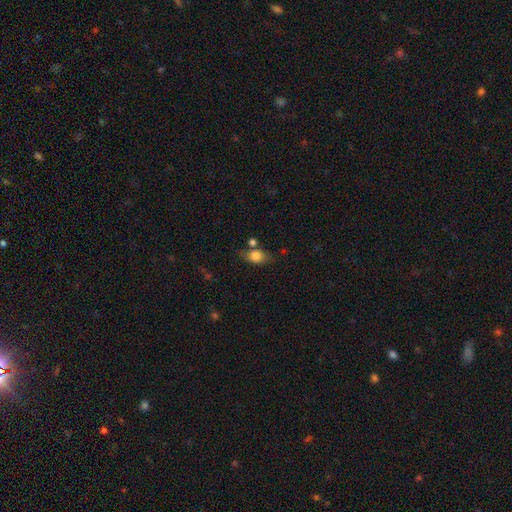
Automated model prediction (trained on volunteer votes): smooth_or_featured: smooth (p=0.79) [alt: featured or disk p=0.12]
how_rounded: in between (p=0.73) [alt: round p=0.24]
merging: none (p=0.60) [alt: minor disturbance p=0.20]